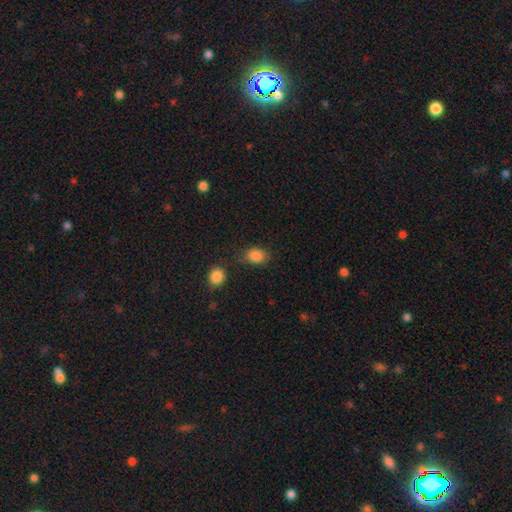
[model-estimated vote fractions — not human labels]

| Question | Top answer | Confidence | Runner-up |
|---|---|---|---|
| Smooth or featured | smooth | 86% | star or artifact (9%) |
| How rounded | in between | 70% | round (29%) |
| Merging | none | 72% | minor disturbance (17%) |